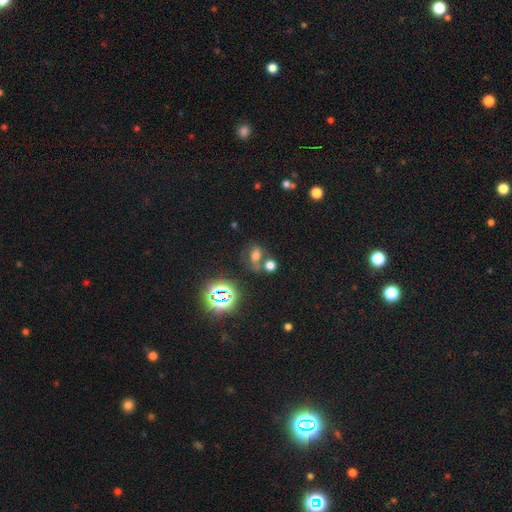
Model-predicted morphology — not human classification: A smooth galaxy with no disk features (48%).

Vote fractions:
- Smooth or featured? smooth: 48% / star or artifact: 33% / featured or disk: 19%
- Merging? none: 49% / merger: 27% / minor disturbance: 15% / major disturbance: 9%